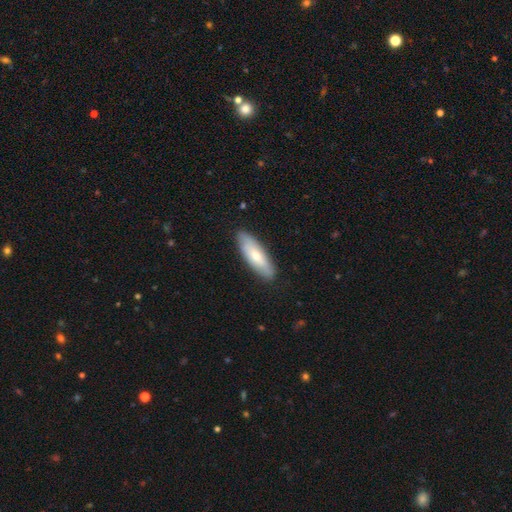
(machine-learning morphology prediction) Smooth or featured?
  - smooth: 66% *
  - featured or disk: 29%
  - star or artifact: 5%
How rounded?
  - in between: 52% *
  - cigar-shaped: 47%
  - round: 2%
Merging?
  - none: 86% *
  - minor disturbance: 11%
  - major disturbance: 2%
  - merger: 1%